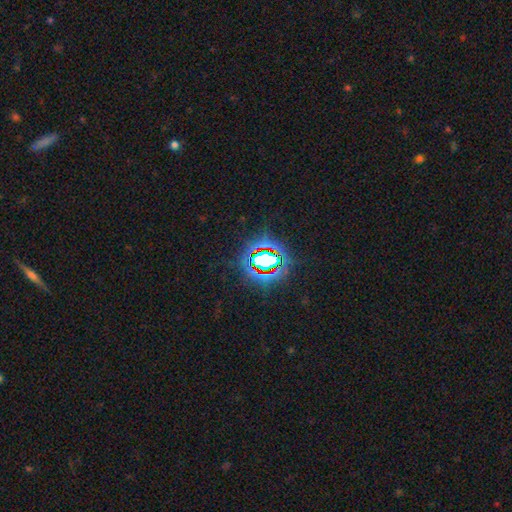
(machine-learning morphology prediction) A star or artifact, not a galaxy (79%).